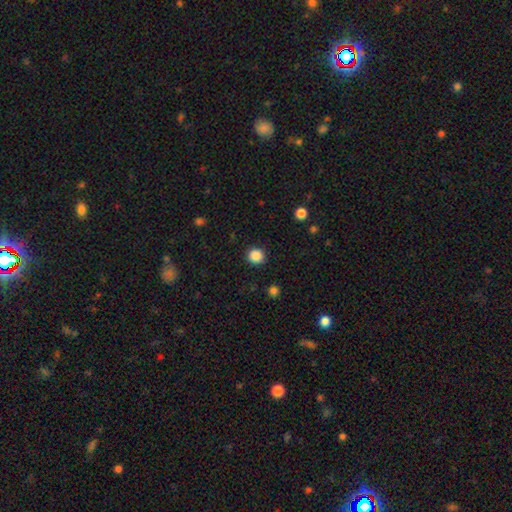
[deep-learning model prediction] This appears to be a smooth galaxy with no disk features (87%) that is round (91%). Merging: none (91%).